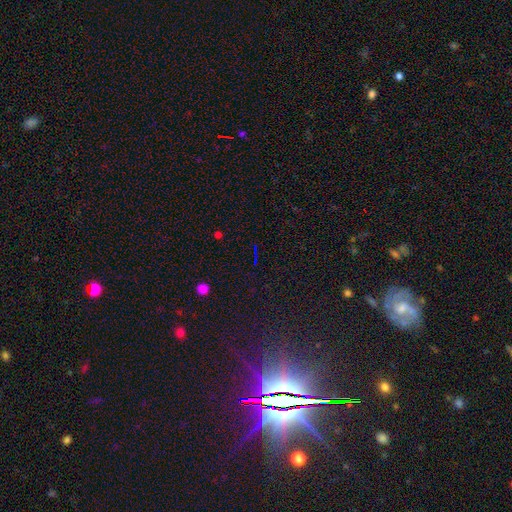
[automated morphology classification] Smooth or featured? star or artifact (74%)